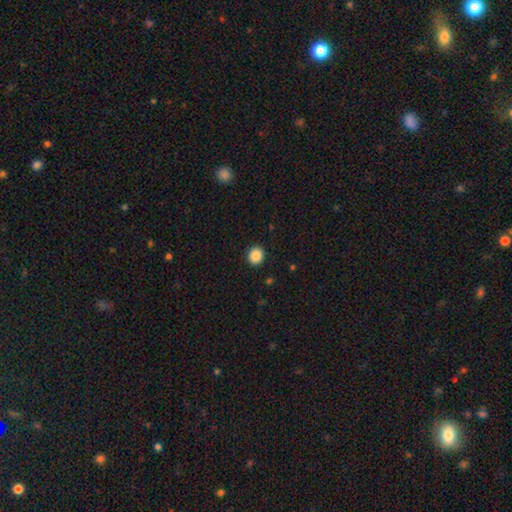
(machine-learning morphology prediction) smooth_or_featured: smooth (p=0.88) [alt: star or artifact p=0.09]
how_rounded: round (p=0.84) [alt: in between p=0.15]
merging: none (p=0.92) [alt: minor disturbance p=0.05]